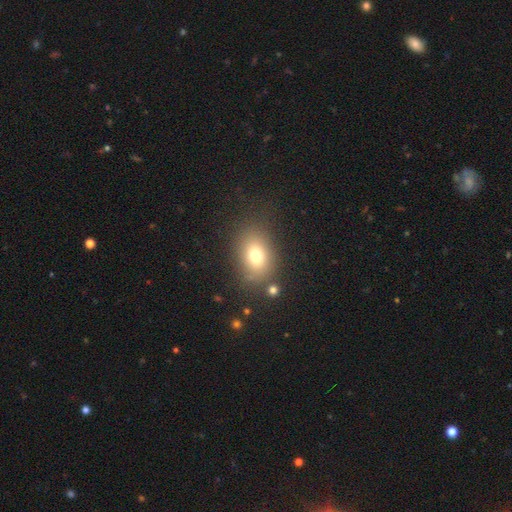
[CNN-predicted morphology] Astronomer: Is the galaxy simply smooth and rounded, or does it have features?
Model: smooth — 74%.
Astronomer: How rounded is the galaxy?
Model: in between — 70%.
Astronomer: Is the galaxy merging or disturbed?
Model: none — 77%.